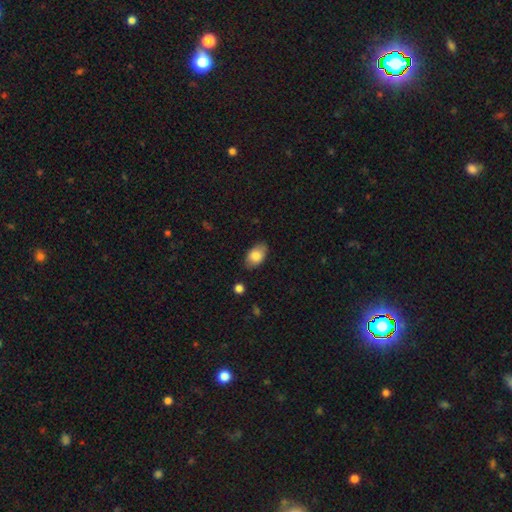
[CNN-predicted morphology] This is clearly a smooth galaxy (83%). How rounded: clearly in between (90%). Merging: clearly none (81%).